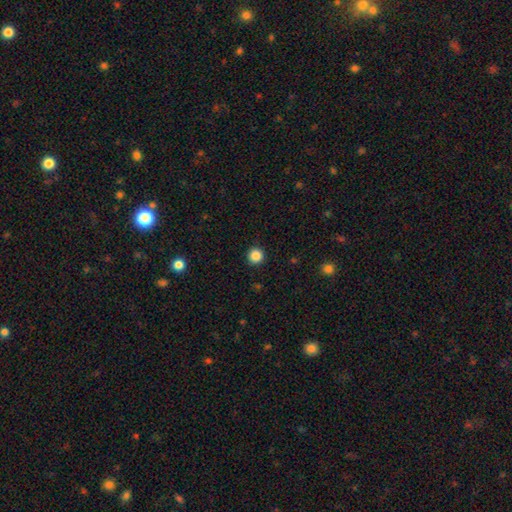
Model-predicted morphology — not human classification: A smooth galaxy with no disk features (86%) that is round (95%).

Vote fractions:
- Smooth or featured? smooth: 86% / star or artifact: 11% / featured or disk: 3%
- How rounded? round: 95% / in between: 4% / cigar-shaped: 1%
- Merging? none: 93% / minor disturbance: 5% / major disturbance: 2% / merger: 1%